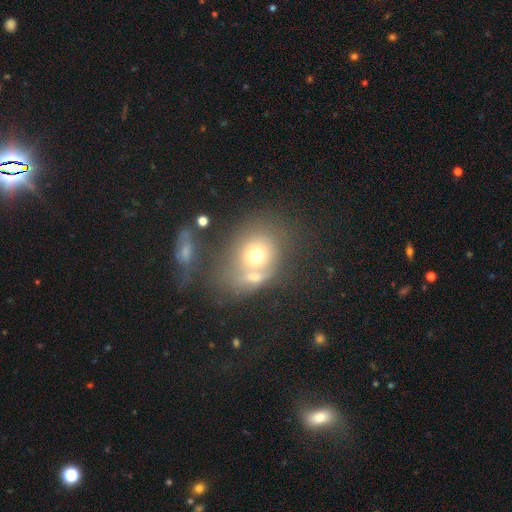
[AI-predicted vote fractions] A smooth galaxy with no disk features (64%) that is round (61%).

Vote fractions:
- Smooth or featured? smooth: 64% / featured or disk: 25% / star or artifact: 12%
- How rounded? round: 61% / in between: 37% / cigar-shaped: 1%
- Merging? merger: 43% / none: 33% / minor disturbance: 13% / major disturbance: 11%